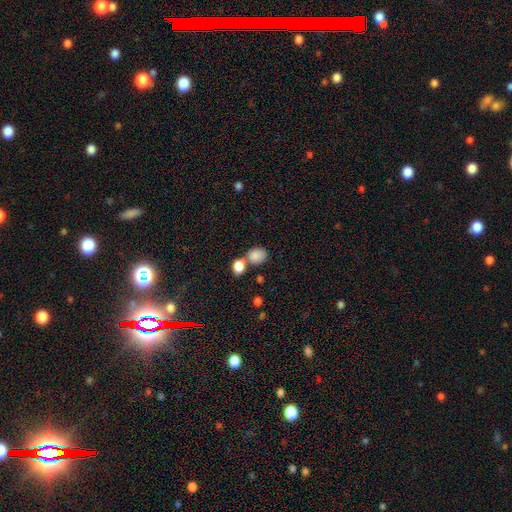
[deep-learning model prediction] The model was most divided on "how rounded": in between: 54%, round: 45%, cigar-shaped: 1%. Remaining: smooth or featured — smooth (85%); merging — none (47%).